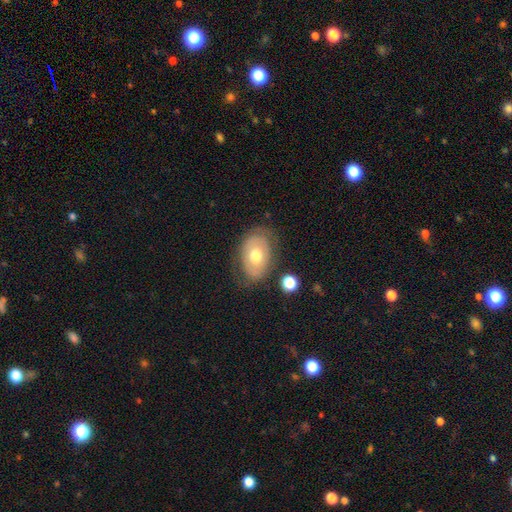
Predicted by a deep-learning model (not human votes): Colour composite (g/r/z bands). It shows a smooth galaxy with no disk features (50%). Merging: none (69%).